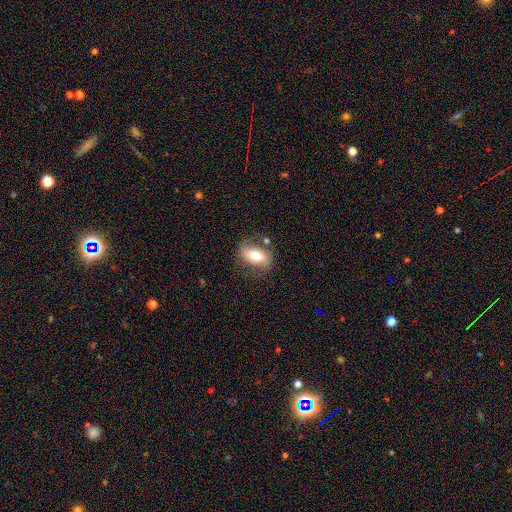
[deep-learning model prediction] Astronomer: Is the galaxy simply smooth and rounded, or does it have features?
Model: smooth — 68%.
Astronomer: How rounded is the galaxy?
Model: in between — 88%.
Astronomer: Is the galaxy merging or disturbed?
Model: none — 68%.